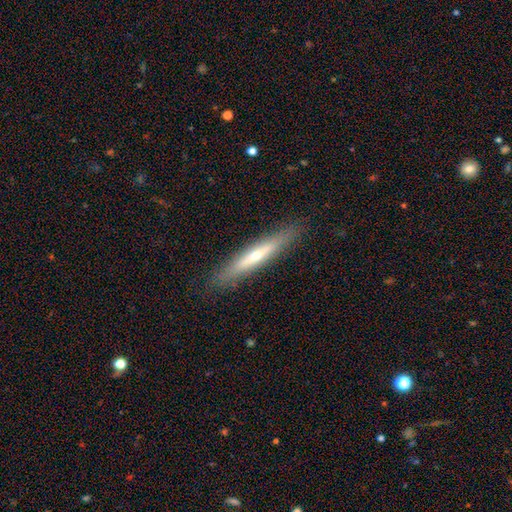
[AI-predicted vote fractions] This is possibly a featured or disk galaxy (52%). It is clearly viewed edge-on (90%). Merging: clearly none (89%).